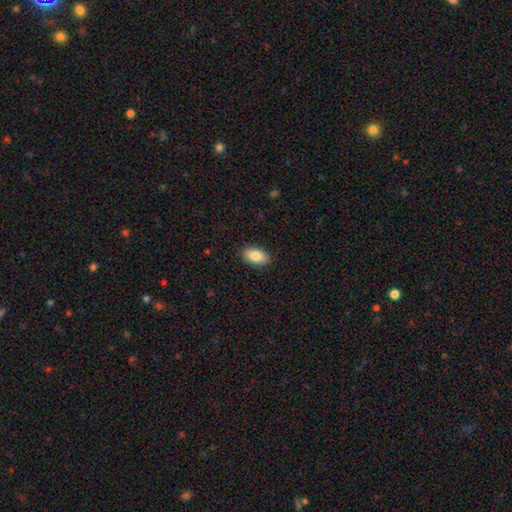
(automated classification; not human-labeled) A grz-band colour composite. It shows a smooth galaxy with no disk features (86%) that is in between round and cigar-shaped (93%). Merging: none (89%).